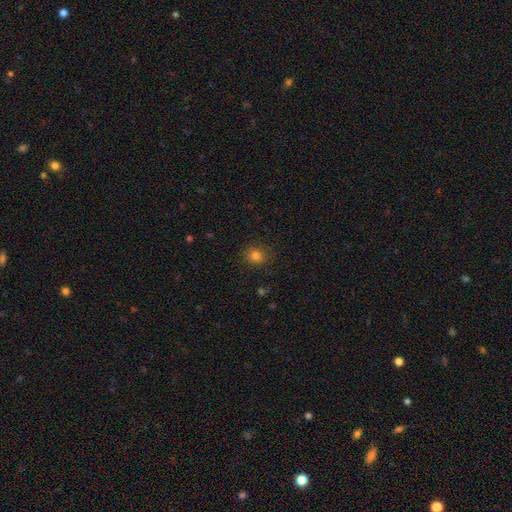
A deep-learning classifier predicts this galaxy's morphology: A smooth galaxy with no disk features (81%) that is round (77%).

Vote fractions:
- Smooth or featured? smooth: 81% / star or artifact: 13% / featured or disk: 6%
- How rounded? round: 77% / in between: 22% / cigar-shaped: 1%
- Merging? none: 88% / minor disturbance: 9% / major disturbance: 3% / merger: 1%